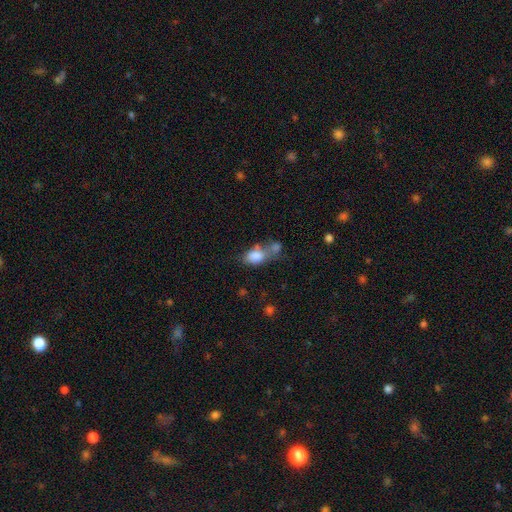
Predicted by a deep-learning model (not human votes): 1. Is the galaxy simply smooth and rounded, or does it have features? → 79% smooth, 12% featured or disk, 9% star or artifact.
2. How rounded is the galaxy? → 83% in between, 14% round, 3% cigar-shaped.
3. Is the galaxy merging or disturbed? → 46% merger, 27% none, 16% minor disturbance, 11% major disturbance.